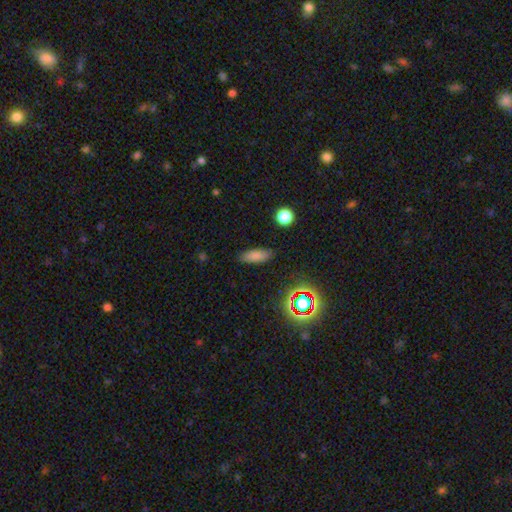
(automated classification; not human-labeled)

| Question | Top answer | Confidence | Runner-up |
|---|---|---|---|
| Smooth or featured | smooth | 78% | star or artifact (13%) |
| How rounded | in between | 65% | cigar-shaped (32%) |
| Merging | none | 85% | minor disturbance (10%) |